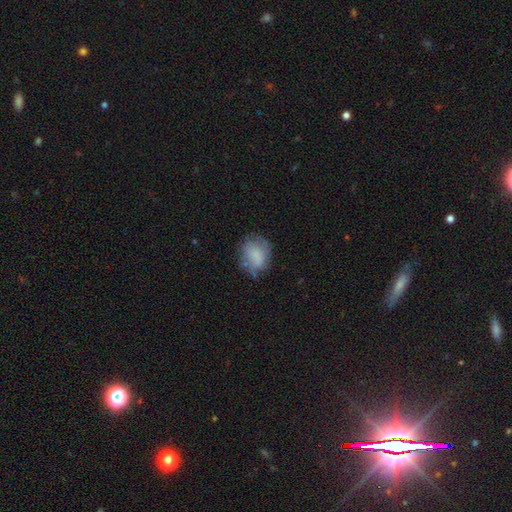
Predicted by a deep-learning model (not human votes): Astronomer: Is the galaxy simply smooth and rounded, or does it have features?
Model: smooth — 71%.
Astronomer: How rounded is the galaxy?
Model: round — 50% (runner-up: in between, 49%).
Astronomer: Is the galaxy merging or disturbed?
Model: none — 53% (runner-up: minor disturbance, 29%).